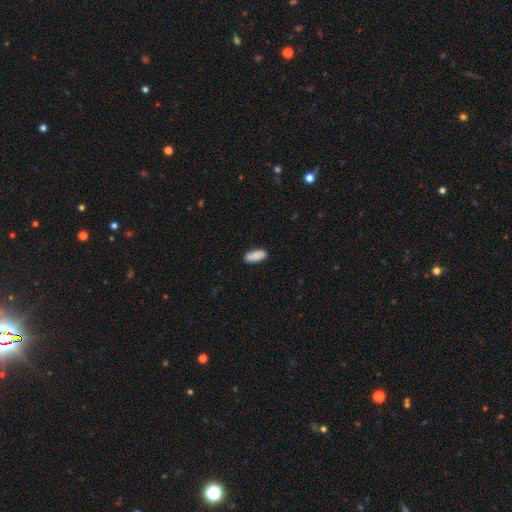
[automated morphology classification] Smooth or featured? smooth (88%)
How rounded? in between (85%)
Merging? none (82%)